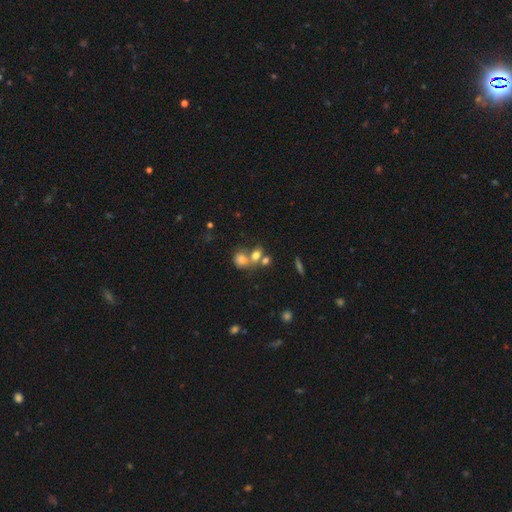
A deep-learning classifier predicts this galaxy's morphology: This is likely a smooth galaxy (71%). How rounded: possibly round (52%). Merging: possibly merger (50%).